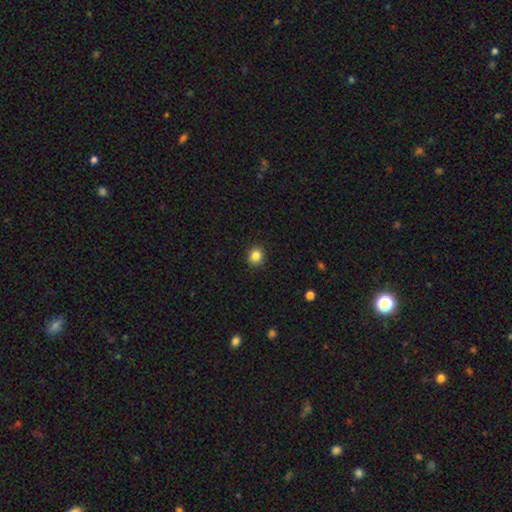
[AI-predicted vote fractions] smooth-or-featured: smooth: 85% | star or artifact: 11% | featured or disk: 4%
  how-rounded: round: 85% | in between: 14% | cigar-shaped: 1%
  merging: none: 91% | minor disturbance: 6% | major disturbance: 2% | merger: 1%